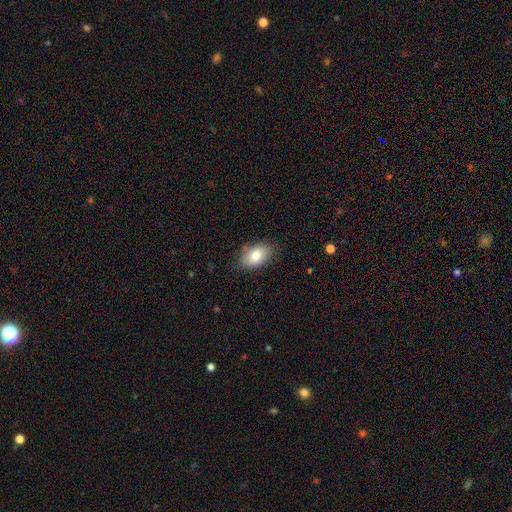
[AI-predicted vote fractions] Smooth or featured? smooth (81%)
How rounded? in between (89%)
Merging? none (80%)